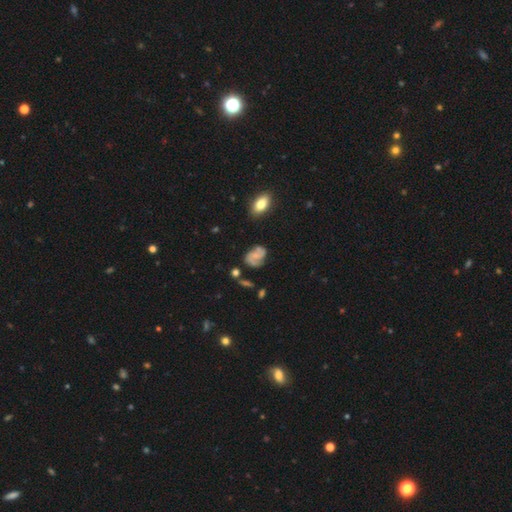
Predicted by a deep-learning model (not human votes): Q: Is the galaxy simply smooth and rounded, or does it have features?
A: featured or disk — 67%.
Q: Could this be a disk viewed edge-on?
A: no — 97%.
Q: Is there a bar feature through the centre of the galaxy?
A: no — 61%.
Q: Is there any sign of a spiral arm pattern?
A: yes — 89%.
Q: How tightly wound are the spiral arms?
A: medium — 46%.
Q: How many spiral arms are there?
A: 2 — 72%.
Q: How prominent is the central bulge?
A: small — 49%.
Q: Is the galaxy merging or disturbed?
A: none — 59%.